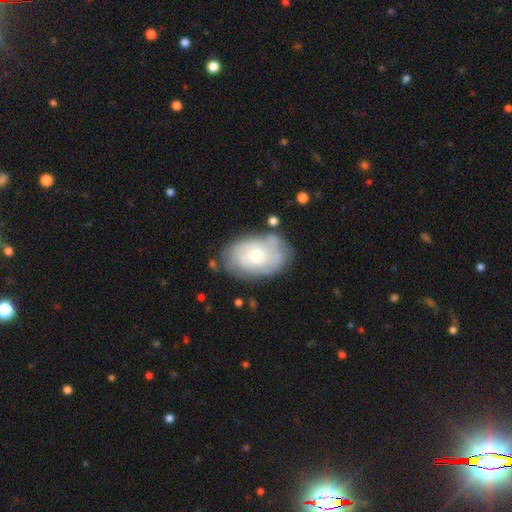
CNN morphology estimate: Smooth or featured: featured or disk — 53% (smooth — 40%)
Edge-on disk: no — 95% (yes — 5%)
Bar: no — 81% (weak — 16%)
Spiral arms: yes — 68% (no — 32%)
Bulge size: small — 49% (moderate — 44%)
Merging: none — 68% (minor disturbance — 21%)